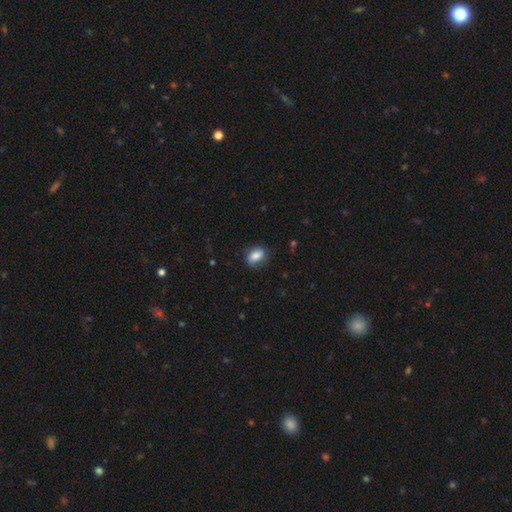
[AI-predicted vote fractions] The model was most divided on "how rounded": in between: 79%, round: 18%, cigar-shaped: 3%. More confident: merging — none (79%); smooth or featured — smooth (78%).